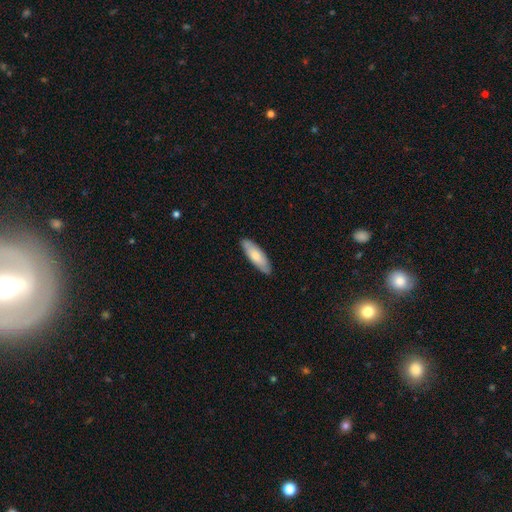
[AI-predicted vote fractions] The model was most divided on "how rounded": in between: 55%, cigar-shaped: 43%, round: 2%. More confident: merging — none (87%); smooth or featured — smooth (70%).